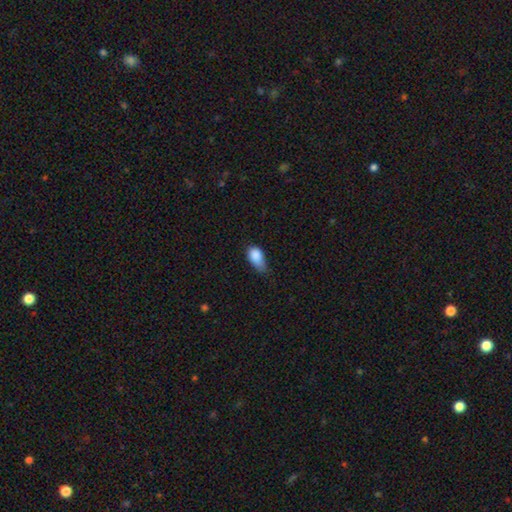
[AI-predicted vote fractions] smooth_or_featured: smooth (p=0.85) [alt: star or artifact p=0.08]
how_rounded: in between (p=0.87) [alt: round p=0.09]
merging: minor disturbance (p=0.52) [alt: none p=0.28]